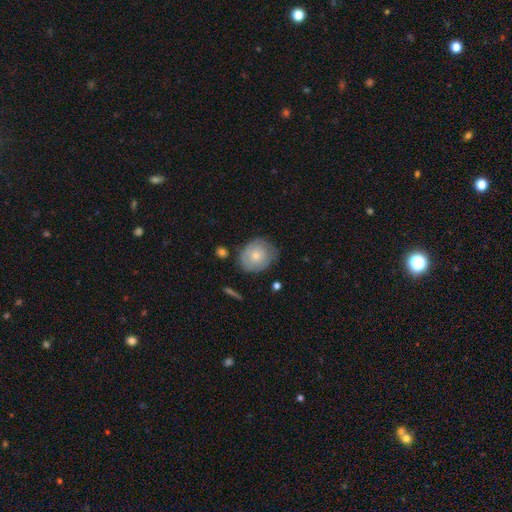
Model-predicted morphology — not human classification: A smooth galaxy with no disk features (53%) that is round (70%).

Vote fractions:
- Smooth or featured? smooth: 53% / featured or disk: 40% / star or artifact: 7%
- How rounded? round: 70% / in between: 28% / cigar-shaped: 1%
- Merging? none: 65% / minor disturbance: 26% / major disturbance: 7% / merger: 3%